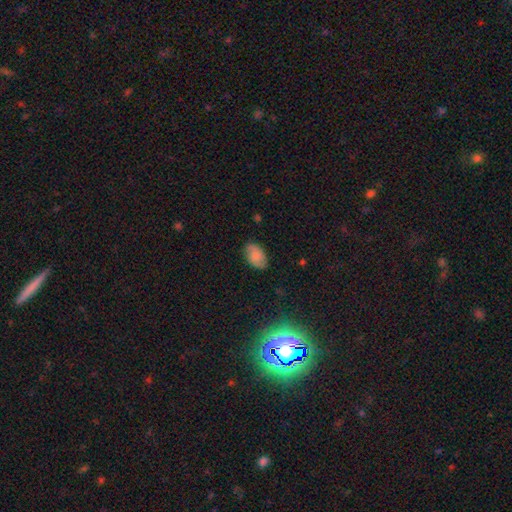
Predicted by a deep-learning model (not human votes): The model was most divided on "smooth or featured": smooth: 76%, featured or disk: 15%, star or artifact: 9%. More confident: how rounded — in between (91%); merging — none (80%).